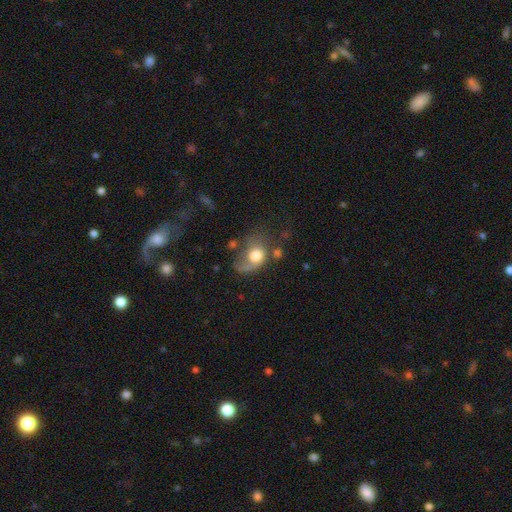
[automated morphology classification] A smooth galaxy with no disk features (58%) that is round (49%, tied with in between).

Vote fractions:
- Smooth or featured? smooth: 58% / featured or disk: 33% / star or artifact: 9%
- How rounded? round: 49% (tied) / in between: 49% (tied) / cigar-shaped: 1%
- Merging? major disturbance: 44% / none: 25% / minor disturbance: 20% / merger: 10%